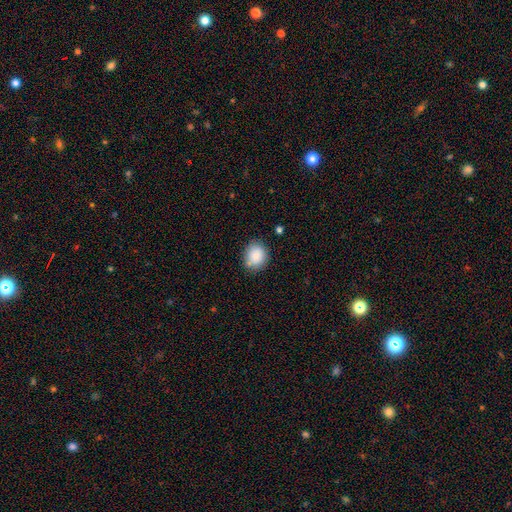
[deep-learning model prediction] Smooth or featured?
  - smooth: 86% *
  - star or artifact: 8%
  - featured or disk: 5%
How rounded?
  - round: 64% *
  - in between: 35%
  - cigar-shaped: 1%
Merging?
  - none: 78% *
  - minor disturbance: 15%
  - merger: 4%
  - major disturbance: 3%